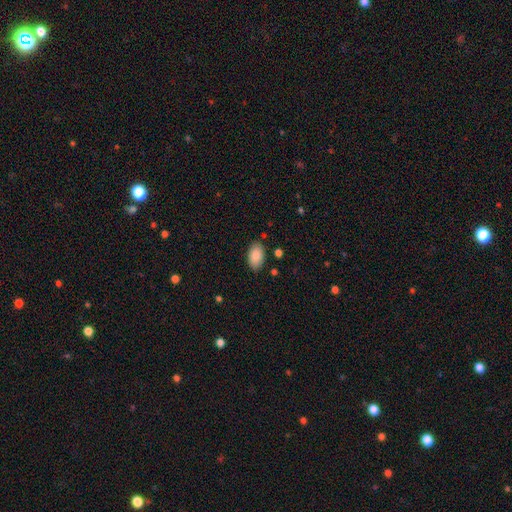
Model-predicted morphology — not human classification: smooth_or_featured: smooth (p=0.88) [alt: star or artifact p=0.07]
how_rounded: in between (p=0.92) [alt: round p=0.06]
merging: none (p=0.85) [alt: minor disturbance p=0.11]